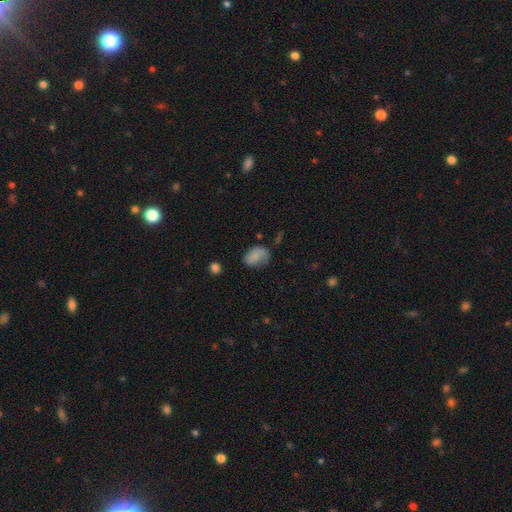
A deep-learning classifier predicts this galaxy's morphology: A smooth galaxy with no disk features (67%) that is in between round and cigar-shaped (74%). Merging: none (44%).